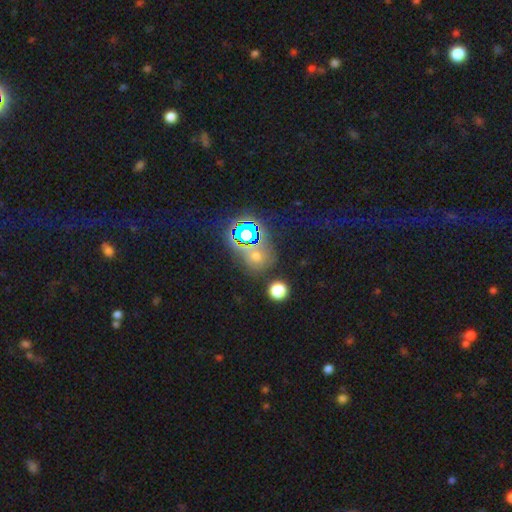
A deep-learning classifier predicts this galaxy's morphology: smooth_or_featured: star or artifact (p=0.47) [alt: smooth p=0.40]